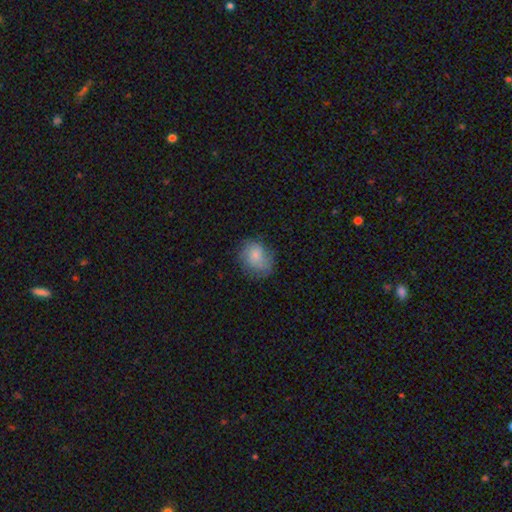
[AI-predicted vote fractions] The model was most divided on "how rounded": round: 61%, in between: 38%, cigar-shaped: 1%. More confident: smooth or featured — smooth (73%); merging — none (61%).